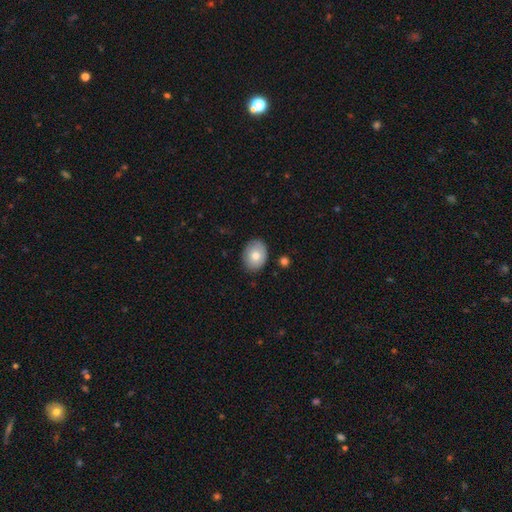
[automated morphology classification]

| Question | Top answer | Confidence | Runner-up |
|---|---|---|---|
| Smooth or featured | smooth | 77% | featured or disk (16%) |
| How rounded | in between | 59% | round (41%) |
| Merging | none | 82% | minor disturbance (13%) |